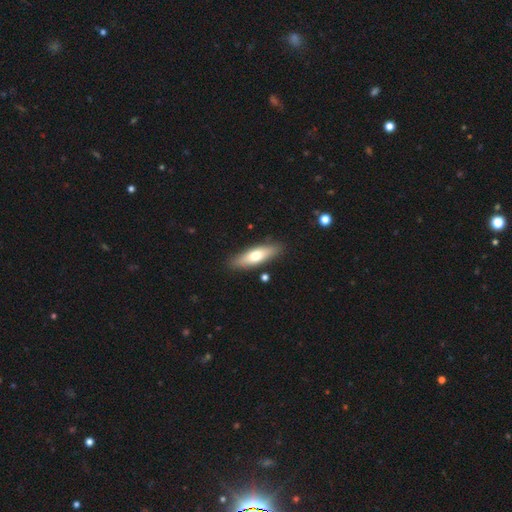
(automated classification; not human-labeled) Smooth or featured? smooth (63%)
How rounded? cigar-shaped (53%)
Merging? none (86%)